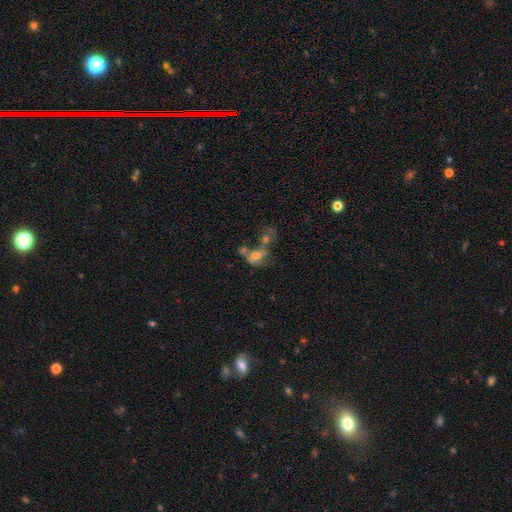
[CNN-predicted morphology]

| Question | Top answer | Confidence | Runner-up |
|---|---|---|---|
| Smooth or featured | smooth | 46% | featured or disk (39%) |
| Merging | merger | 60% | major disturbance (18%) |